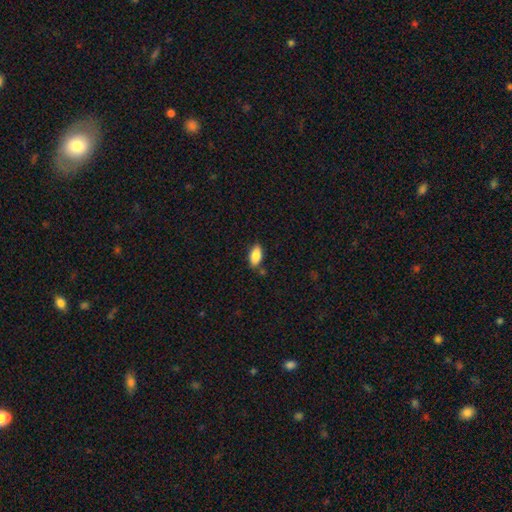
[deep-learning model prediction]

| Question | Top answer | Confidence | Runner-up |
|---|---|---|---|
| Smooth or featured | smooth | 85% | featured or disk (8%) |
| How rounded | in between | 91% | cigar-shaped (7%) |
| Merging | none | 80% | minor disturbance (14%) |